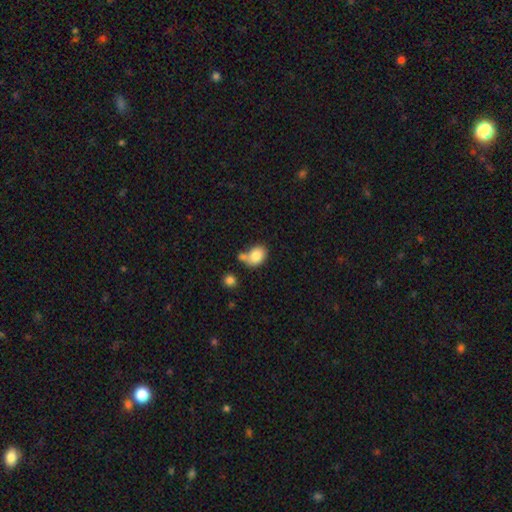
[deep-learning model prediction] Morphology: type=smooth (83%); roundness=in between (69%); merging=none (44%).